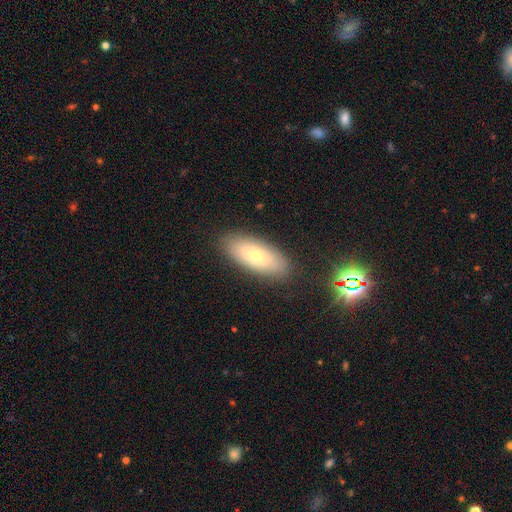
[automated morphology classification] smooth 67%, featured or disk 25%, star or artifact 9%. Down the decision tree: how rounded — in between (82%); merging — none (86%).